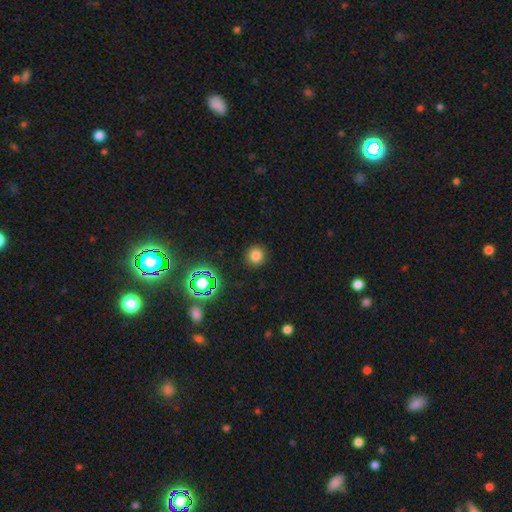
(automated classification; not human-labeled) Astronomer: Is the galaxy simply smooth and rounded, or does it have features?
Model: smooth — 77%.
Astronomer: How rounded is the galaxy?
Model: round — 91%.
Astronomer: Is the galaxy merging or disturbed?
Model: none — 91%.